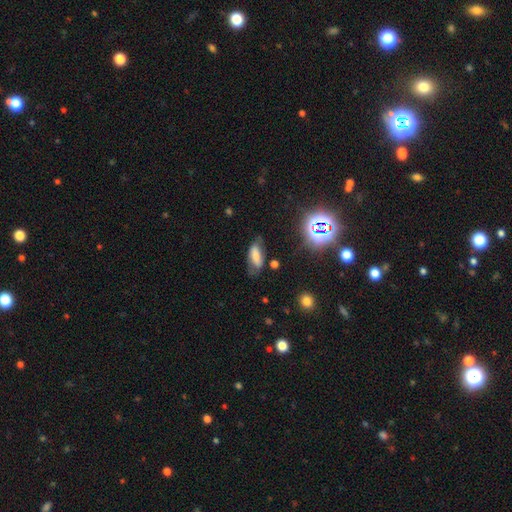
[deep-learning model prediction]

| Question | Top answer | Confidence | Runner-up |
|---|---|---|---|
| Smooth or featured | smooth | 59% | featured or disk (26%) |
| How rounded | in between | 79% | cigar-shaped (17%) |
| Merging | none | 58% | minor disturbance (28%) |